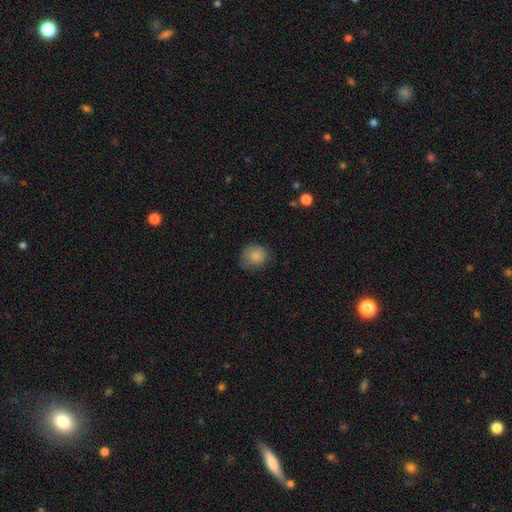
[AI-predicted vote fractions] Smooth or featured?
  - smooth: 85% *
  - star or artifact: 9%
  - featured or disk: 7%
How rounded?
  - round: 75% *
  - in between: 24%
  - cigar-shaped: 1%
Merging?
  - none: 68% *
  - minor disturbance: 24%
  - major disturbance: 6%
  - merger: 1%